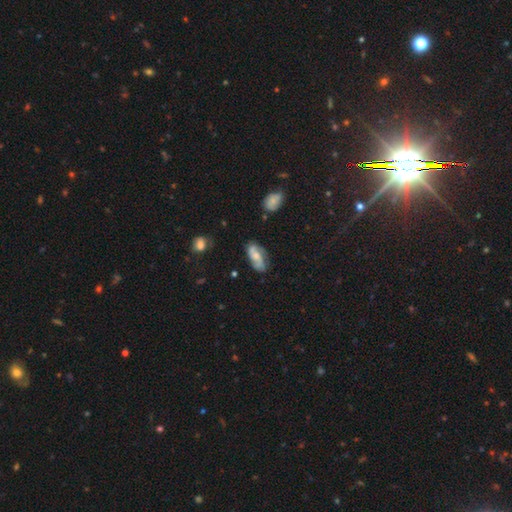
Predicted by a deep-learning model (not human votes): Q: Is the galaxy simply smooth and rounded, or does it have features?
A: featured or disk — 56%.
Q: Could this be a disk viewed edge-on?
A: no — 91%.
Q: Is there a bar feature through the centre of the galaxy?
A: no — 57%.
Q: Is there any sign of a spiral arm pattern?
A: yes — 86%.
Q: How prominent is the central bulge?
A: moderate — 45%.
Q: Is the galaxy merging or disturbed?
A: none — 67%.